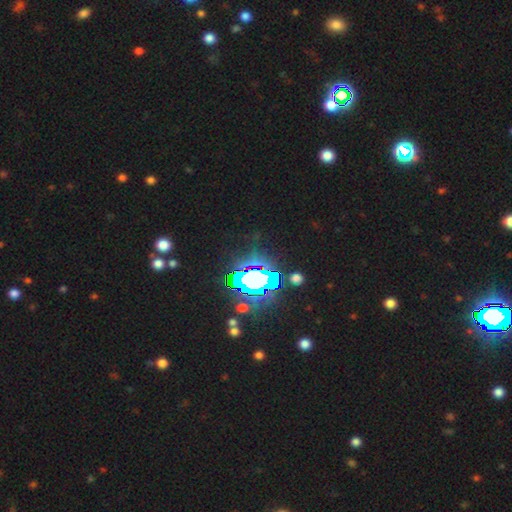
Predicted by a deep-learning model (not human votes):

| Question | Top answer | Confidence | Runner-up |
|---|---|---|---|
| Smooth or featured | star or artifact | 67% | smooth (18%) |